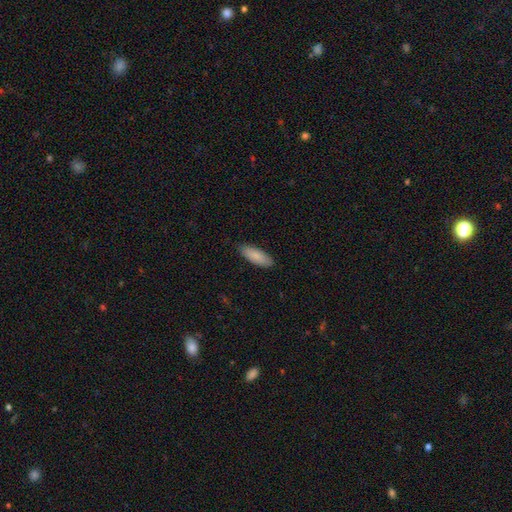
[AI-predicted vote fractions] Smooth or featured: smooth — 87% (featured or disk — 8%)
How rounded: in between — 69% (cigar-shaped — 29%)
Merging: none — 86% (minor disturbance — 11%)